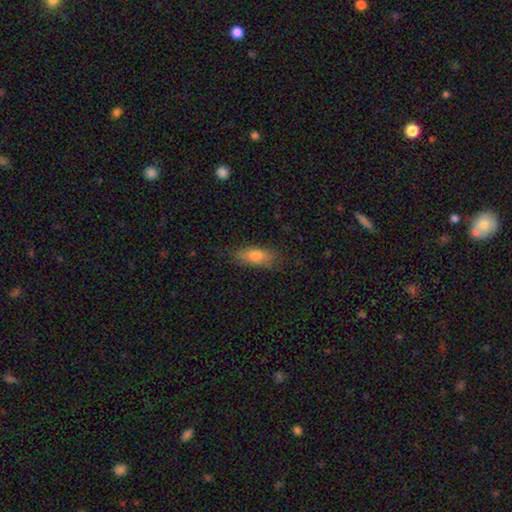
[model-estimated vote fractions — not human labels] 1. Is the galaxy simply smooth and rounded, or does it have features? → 76% smooth, 16% featured or disk, 8% star or artifact.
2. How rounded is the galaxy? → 71% in between, 26% cigar-shaped, 3% round.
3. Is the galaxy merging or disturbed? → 73% none, 20% minor disturbance, 6% major disturbance, 1% merger.